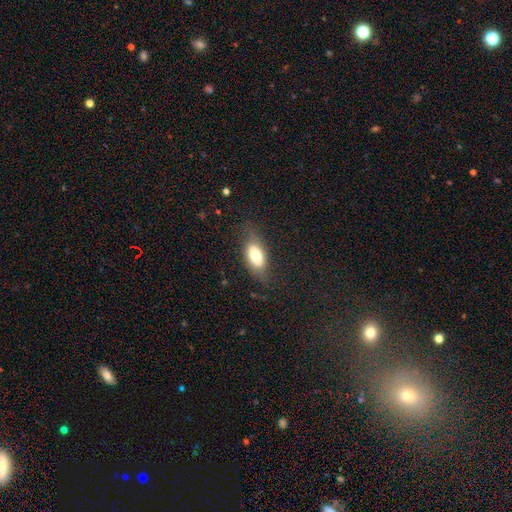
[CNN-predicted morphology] The model was most divided on "smooth or featured": smooth: 68%, featured or disk: 25%, star or artifact: 8%. More confident: how rounded — in between (85%); merging — none (72%).